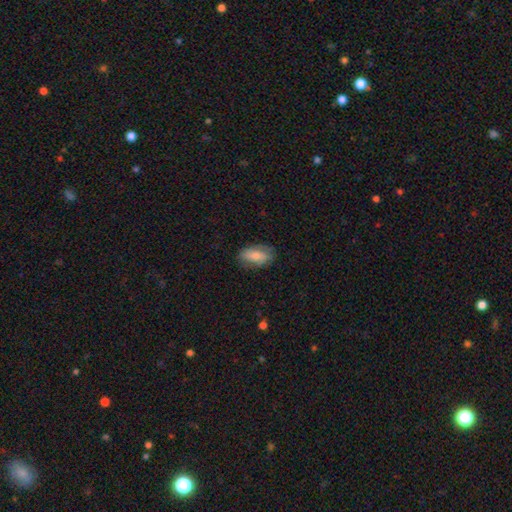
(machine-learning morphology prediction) A smooth galaxy with no disk features (68%) that is in between round and cigar-shaped (90%). Merging: none (76%).